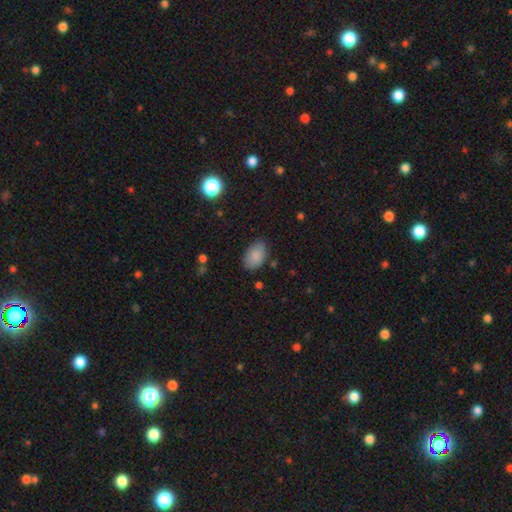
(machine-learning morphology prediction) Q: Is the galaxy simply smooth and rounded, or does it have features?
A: smooth — 87%.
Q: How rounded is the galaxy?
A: in between — 91%.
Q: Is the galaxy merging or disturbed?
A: none — 81%.